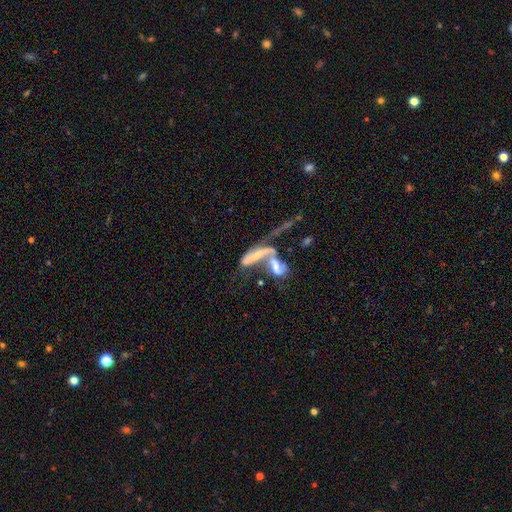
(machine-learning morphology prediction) A featured or disk galaxy (58%). Merging: merger (73%).